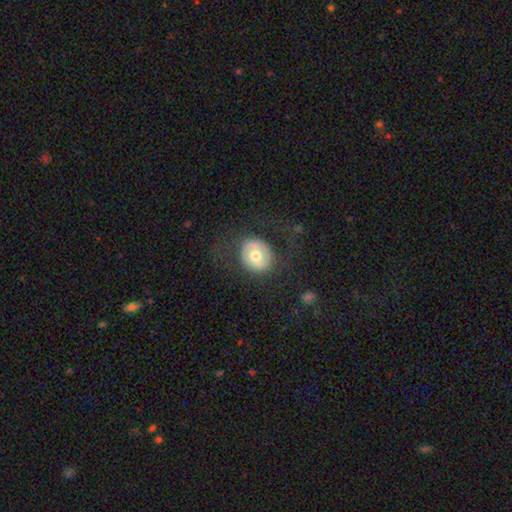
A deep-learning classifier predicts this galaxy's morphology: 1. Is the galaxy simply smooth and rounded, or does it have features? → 52% smooth, 42% featured or disk, 7% star or artifact.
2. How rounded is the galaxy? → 75% round, 24% in between, 1% cigar-shaped.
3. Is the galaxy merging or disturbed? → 71% none, 15% major disturbance, 14% minor disturbance, 1% merger.